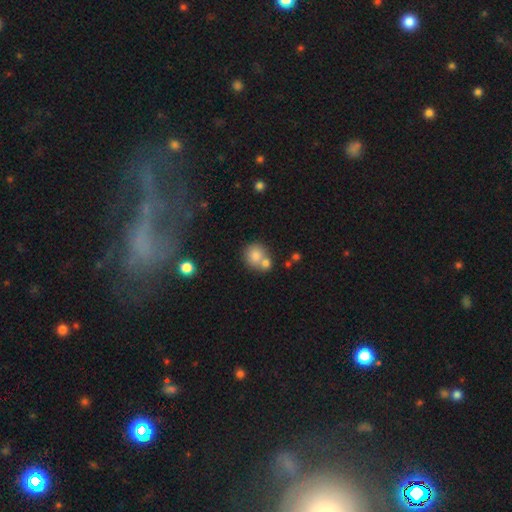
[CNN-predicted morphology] type=smooth (78%); roundness=round (83%); merging=none (47%).